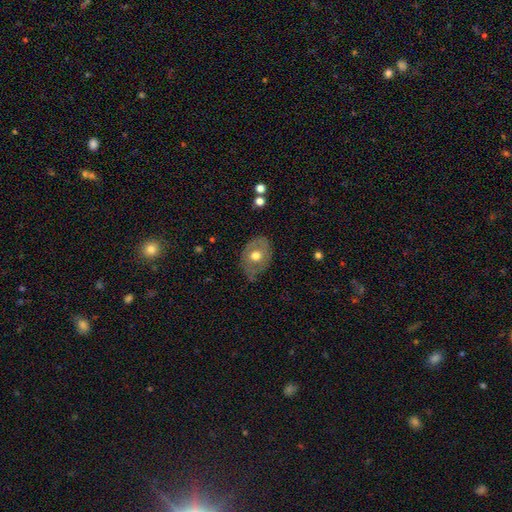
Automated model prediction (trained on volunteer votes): The model was most divided on "smooth or featured": smooth: 52%, featured or disk: 41%, star or artifact: 7%. More confident: merging — none (68%); how rounded — in between (64%).